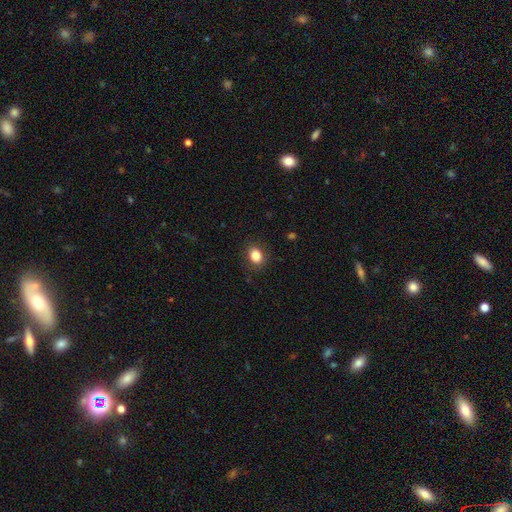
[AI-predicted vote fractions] This appears to be a smooth galaxy with no disk features (85%) that is round (51%). Merging: none (87%).